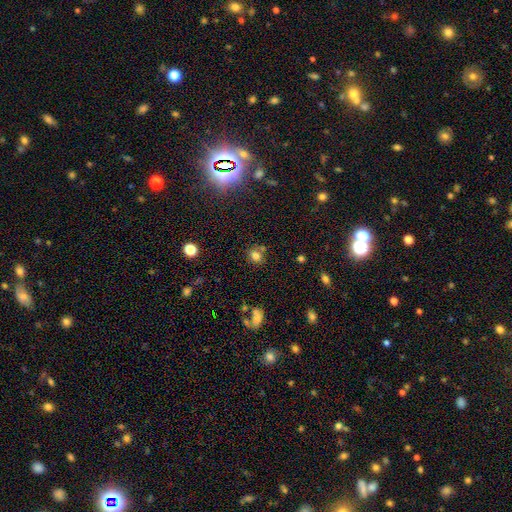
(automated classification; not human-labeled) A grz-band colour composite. It shows a smooth galaxy with no disk features (77%) that is round (72%). Merging: none (67%).